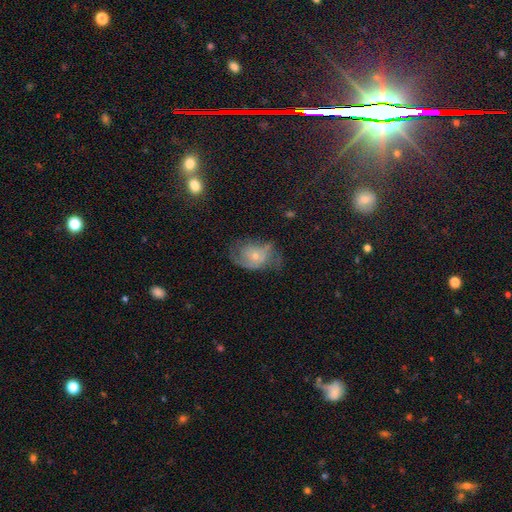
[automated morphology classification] A featured or disk galaxy (61%) with no bar (80%), spiral arms (76%) and a small central bulge (62%).

Vote fractions:
- Smooth or featured? featured or disk: 61% / smooth: 29% / star or artifact: 10%
- Edge-on disk? no: 96% / yes: 4%
- Bar? no: 80% / weak: 17% / strong: 3%
- Spiral arms? yes: 76% / no: 24%
- Bulge size? small: 62% / moderate: 34% / large: 2% / none: 2% / dominant: 1%
- Merging? none: 42% / minor disturbance: 28% / major disturbance: 27% / merger: 3%